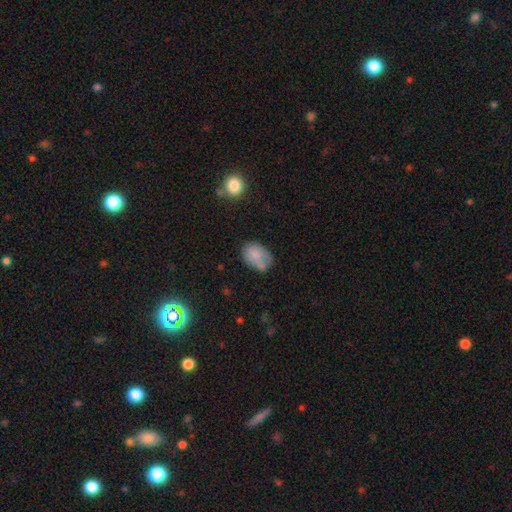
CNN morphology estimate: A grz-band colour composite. It shows a smooth galaxy with no disk features (78%) that is in between round and cigar-shaped (76%). Merging: none (46%).